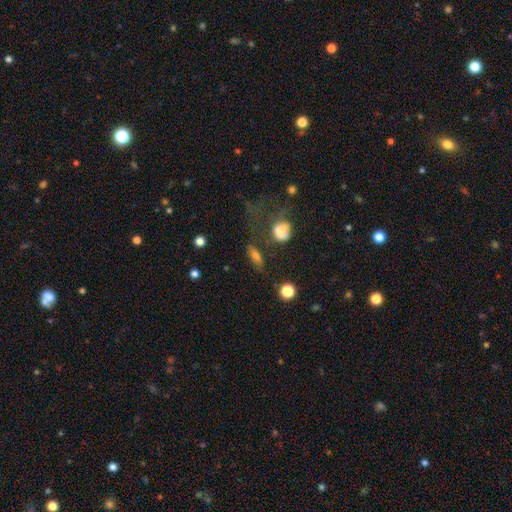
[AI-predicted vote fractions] This is likely a smooth galaxy (63%). How rounded: possibly in between (55%). Merging: likely none (64%).